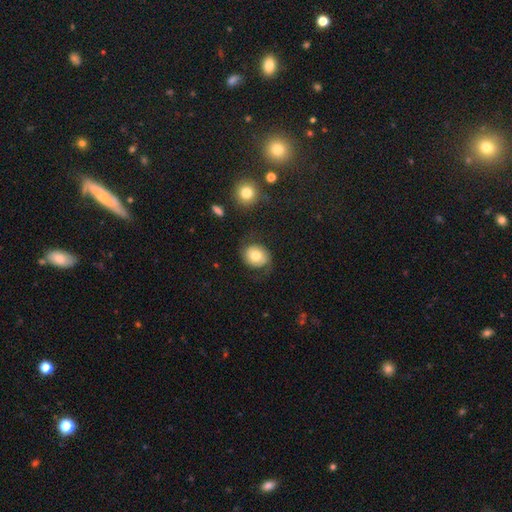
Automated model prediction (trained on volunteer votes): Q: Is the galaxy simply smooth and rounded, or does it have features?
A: smooth — 49%.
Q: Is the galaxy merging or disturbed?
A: none — 66%.